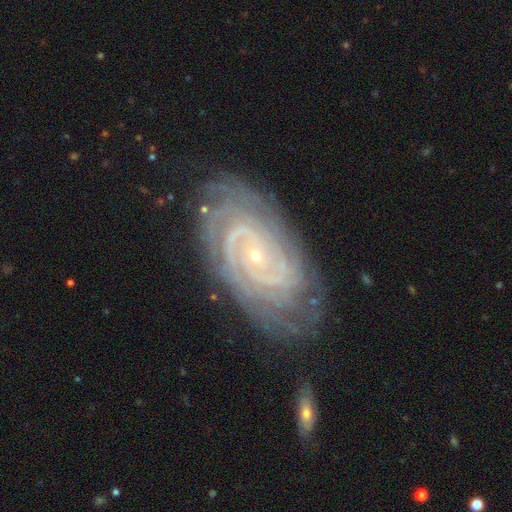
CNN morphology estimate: smooth_or_featured: featured or disk (p=0.90) [alt: star or artifact p=0.06]
disk_edge_on: no (p=0.96) [alt: yes p=0.04]
bar: no (p=0.68) [alt: weak p=0.23]
has_spiral_arms: yes (p=0.98) [alt: no p=0.02]
spiral_winding: tight (p=0.80) [alt: medium p=0.17]
spiral_arm_count: 2 (p=0.28) [alt: can't tell p=0.25]
bulge_size: small (p=0.83) [alt: moderate p=0.13]
merging: none (p=0.76) [alt: minor disturbance p=0.17]